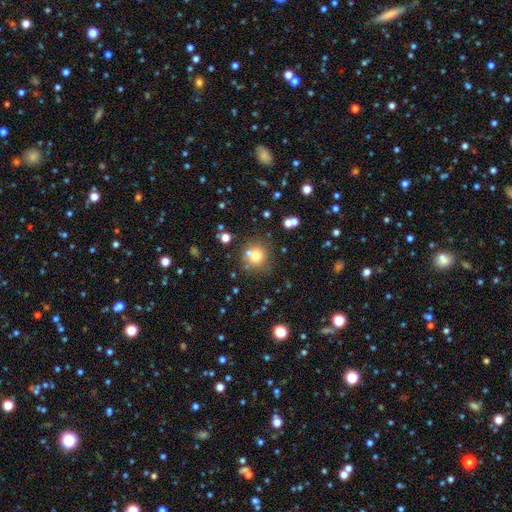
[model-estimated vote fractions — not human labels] smooth-or-featured: smooth: 72% | star or artifact: 15% | featured or disk: 13%
  how-rounded: round: 89% | in between: 10% | cigar-shaped: 1%
  merging: none: 68% | merger: 17% | minor disturbance: 11% | major disturbance: 5%